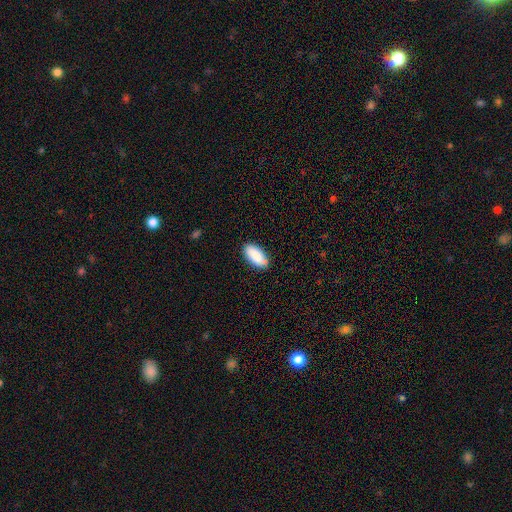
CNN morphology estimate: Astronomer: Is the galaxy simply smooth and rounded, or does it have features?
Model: smooth — 90%.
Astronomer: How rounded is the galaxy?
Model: in between — 90%.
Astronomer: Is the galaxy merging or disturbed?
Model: none — 87%.